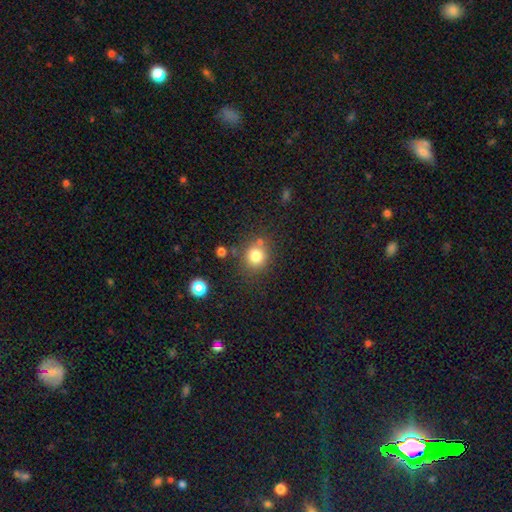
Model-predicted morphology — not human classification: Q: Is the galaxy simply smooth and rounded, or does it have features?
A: smooth — 80%.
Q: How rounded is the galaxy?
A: round — 85%.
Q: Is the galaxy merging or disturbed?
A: none — 75%.